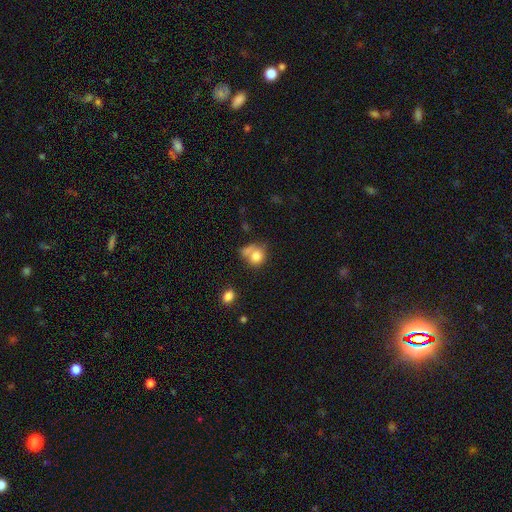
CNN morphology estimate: Q: Smooth or featured?
A: smooth (79%); runner-up: featured or disk (11%)
Q: How rounded?
A: round (73%); runner-up: in between (26%)
Q: Merging?
A: none (37%); runner-up: merger (35%)